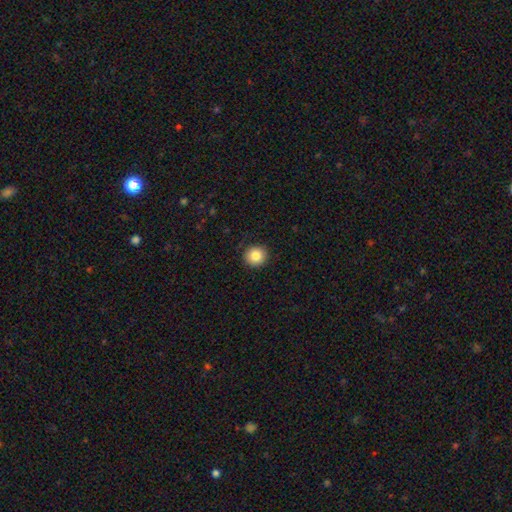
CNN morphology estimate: type=smooth (84%); roundness=round (91%); merging=none (91%).